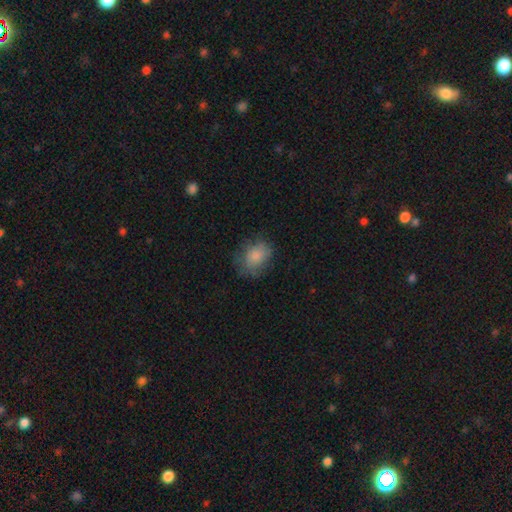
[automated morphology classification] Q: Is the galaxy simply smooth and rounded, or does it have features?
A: smooth — 80%.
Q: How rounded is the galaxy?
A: in between — 56%.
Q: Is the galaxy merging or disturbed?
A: none — 63%.